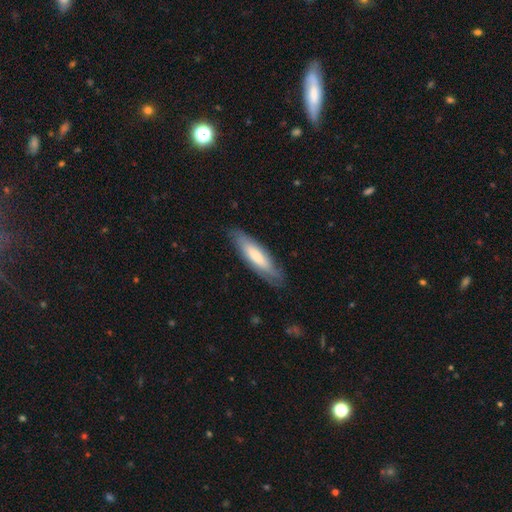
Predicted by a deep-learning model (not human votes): A smooth galaxy with no disk features (63%) that is cigar-shaped (65%). Merging: none (81%).